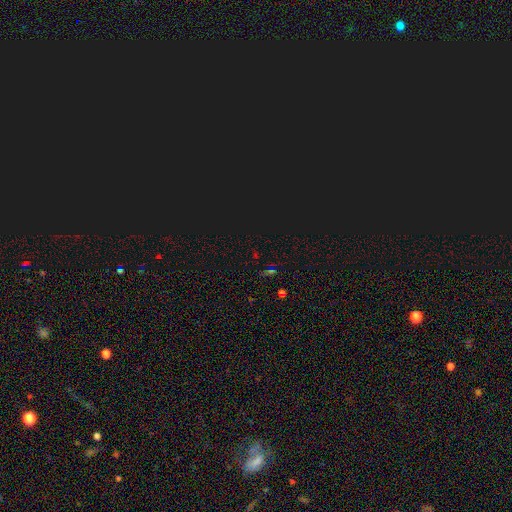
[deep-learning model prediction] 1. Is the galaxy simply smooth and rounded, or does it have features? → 71% star or artifact, 20% smooth, 9% featured or disk.